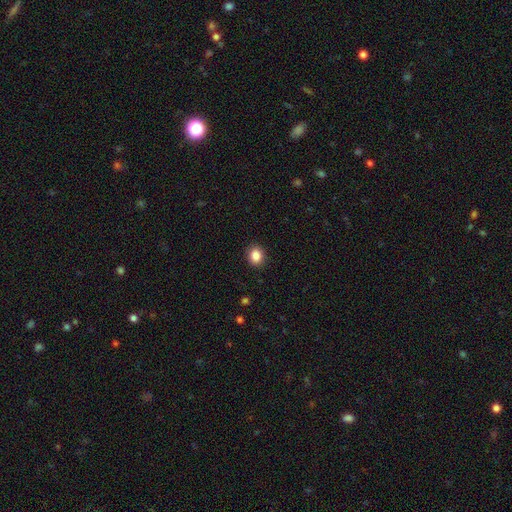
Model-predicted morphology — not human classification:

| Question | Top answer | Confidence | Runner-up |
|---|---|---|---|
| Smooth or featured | smooth | 87% | star or artifact (9%) |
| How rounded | round | 60% | in between (39%) |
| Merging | none | 90% | minor disturbance (7%) |